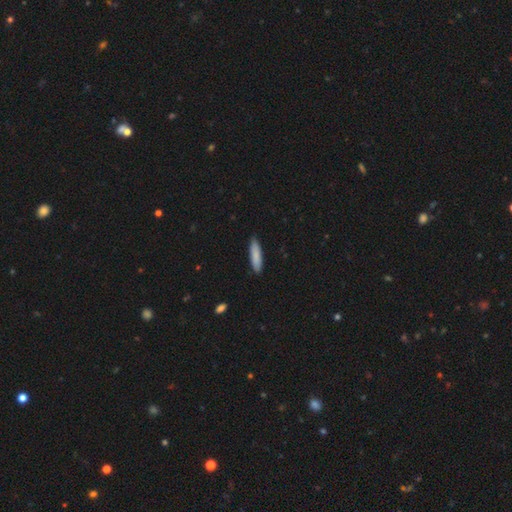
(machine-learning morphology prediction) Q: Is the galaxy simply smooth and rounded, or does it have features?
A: smooth — 85%.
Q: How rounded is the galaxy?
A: cigar-shaped — 74%.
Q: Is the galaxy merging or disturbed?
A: none — 87%.